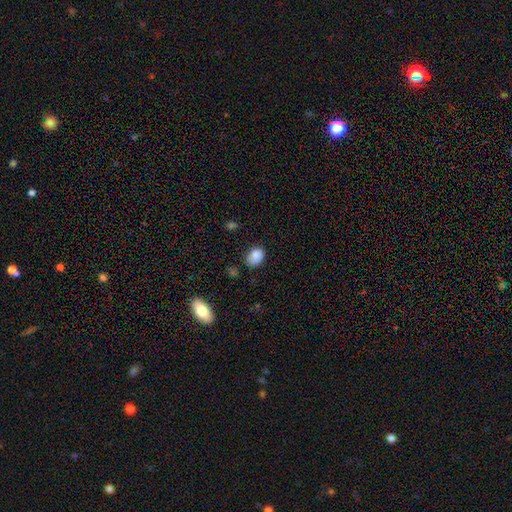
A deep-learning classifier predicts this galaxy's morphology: This appears to be a smooth galaxy with no disk features (86%) that is in between round and cigar-shaped (73%). Merging: none (66%).